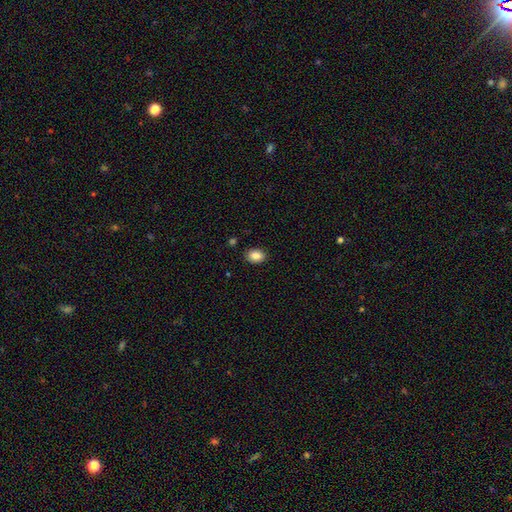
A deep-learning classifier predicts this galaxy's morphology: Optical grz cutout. It shows a smooth galaxy with no disk features (86%) that is in between round and cigar-shaped (71%). Merging: none (89%).